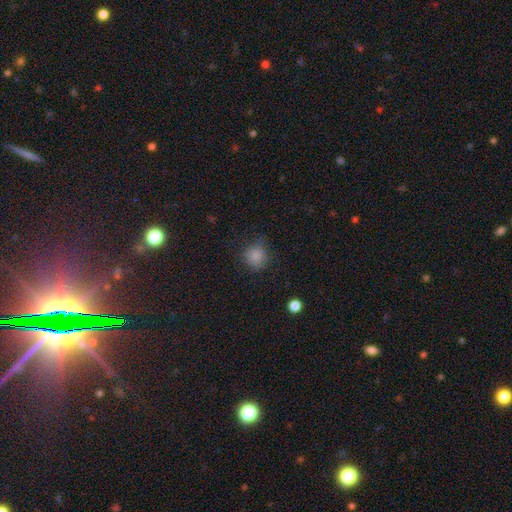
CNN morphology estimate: smooth_or_featured: smooth (p=0.83) [alt: star or artifact p=0.12]
how_rounded: round (p=0.88) [alt: in between p=0.11]
merging: none (p=0.74) [alt: minor disturbance p=0.19]